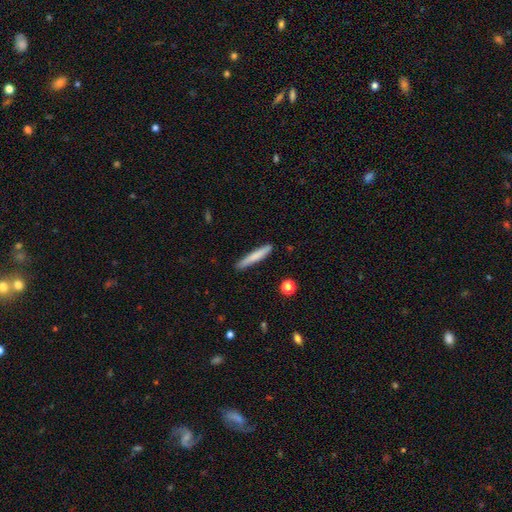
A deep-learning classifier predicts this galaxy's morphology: This appears to be a smooth galaxy with no disk features (73%) that is cigar-shaped (95%). Merging: none (87%).